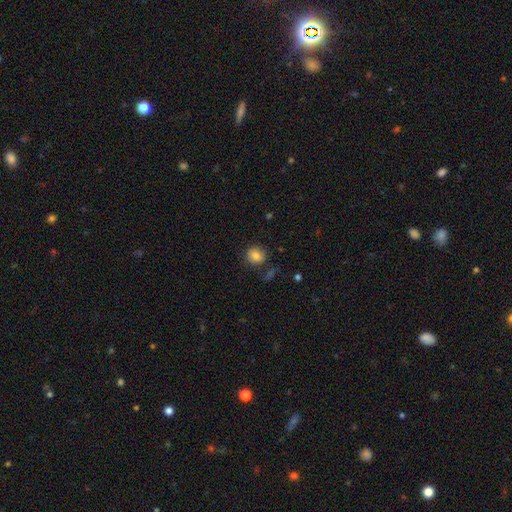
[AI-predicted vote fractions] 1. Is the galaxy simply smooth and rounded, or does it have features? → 81% smooth, 10% star or artifact, 9% featured or disk.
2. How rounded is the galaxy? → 84% round, 15% in between, 1% cigar-shaped.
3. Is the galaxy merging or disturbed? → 81% none, 11% minor disturbance, 4% merger, 4% major disturbance.